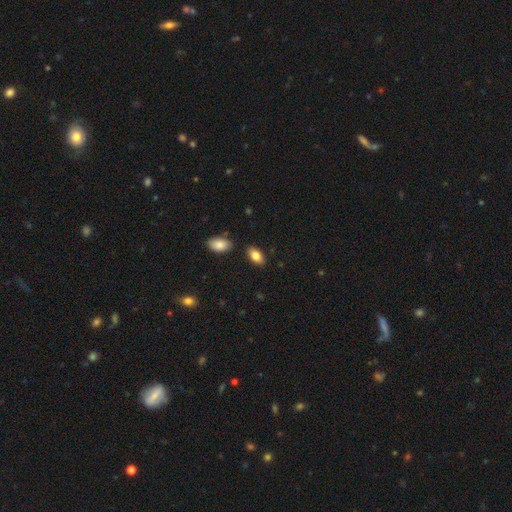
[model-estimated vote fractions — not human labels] Smooth or featured?
  - smooth: 82% *
  - featured or disk: 11%
  - star or artifact: 7%
How rounded?
  - in between: 92% *
  - round: 4%
  - cigar-shaped: 4%
Merging?
  - none: 85% *
  - minor disturbance: 10%
  - merger: 3%
  - major disturbance: 2%